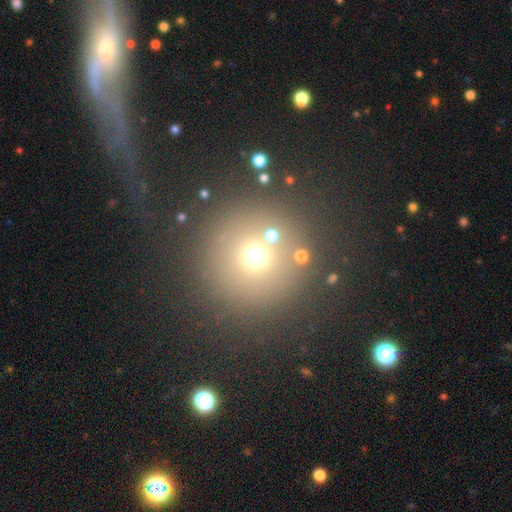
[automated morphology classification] The model was most divided on "smooth or featured": smooth: 63%, star or artifact: 27%, featured or disk: 10%. More confident: how rounded — round (95%); merging — none (81%).